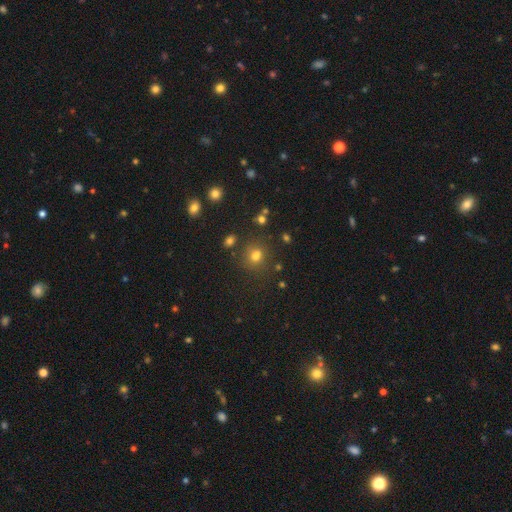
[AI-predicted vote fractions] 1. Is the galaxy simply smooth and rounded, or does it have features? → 73% smooth, 19% star or artifact, 8% featured or disk.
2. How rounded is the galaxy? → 73% round, 26% in between, 1% cigar-shaped.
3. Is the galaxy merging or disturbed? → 74% none, 13% minor disturbance, 8% merger, 5% major disturbance.